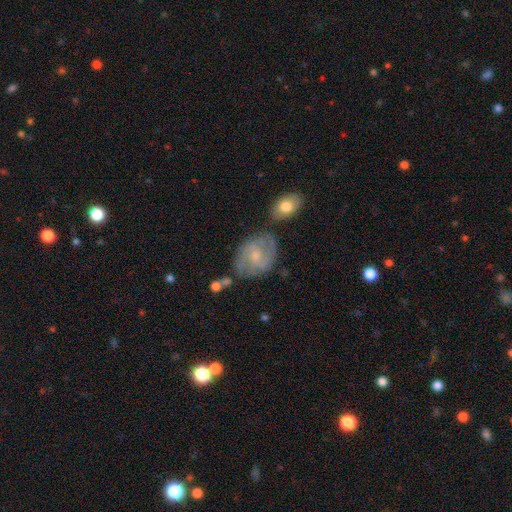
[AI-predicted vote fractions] smooth_or_featured: featured or disk (p=0.66) [alt: smooth p=0.27]
disk_edge_on: no (p=0.97) [alt: yes p=0.03]
bar: no (p=0.49) [alt: weak p=0.45]
has_spiral_arms: yes (p=0.87) [alt: no p=0.13]
spiral_winding: medium (p=0.48) [alt: tight p=0.32]
spiral_arm_count: 2 (p=0.70) [alt: can't tell p=0.17]
bulge_size: small (p=0.55) [alt: moderate p=0.36]
merging: none (p=0.60) [alt: minor disturbance p=0.22]